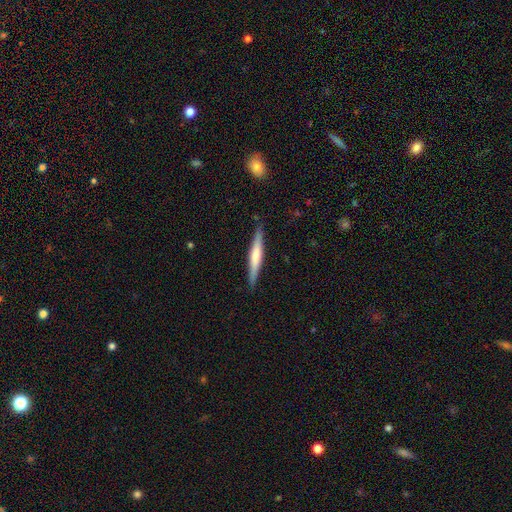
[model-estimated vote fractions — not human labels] This appears to be a featured or disk galaxy (48%). Merging: none (89%).